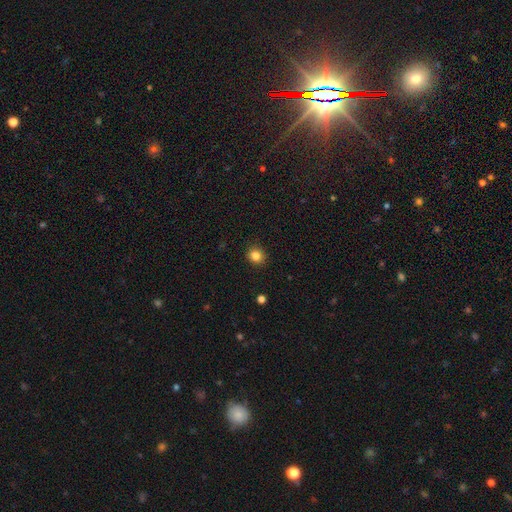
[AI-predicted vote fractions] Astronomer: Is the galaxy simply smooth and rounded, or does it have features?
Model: smooth — 84%.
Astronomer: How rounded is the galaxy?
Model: round — 85%.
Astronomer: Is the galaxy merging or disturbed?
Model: none — 90%.